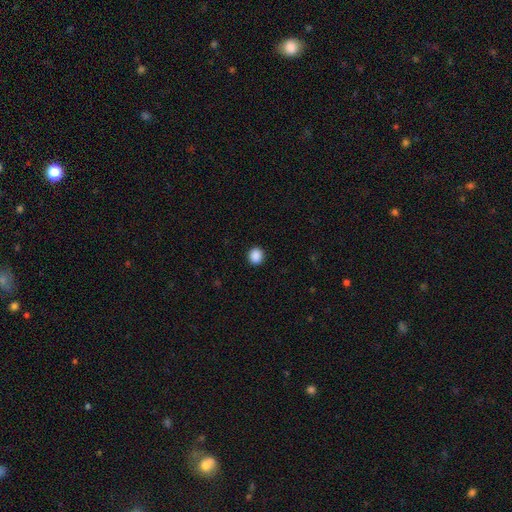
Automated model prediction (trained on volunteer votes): Morphology: type=smooth (89%); roundness=round (83%); merging=none (92%).